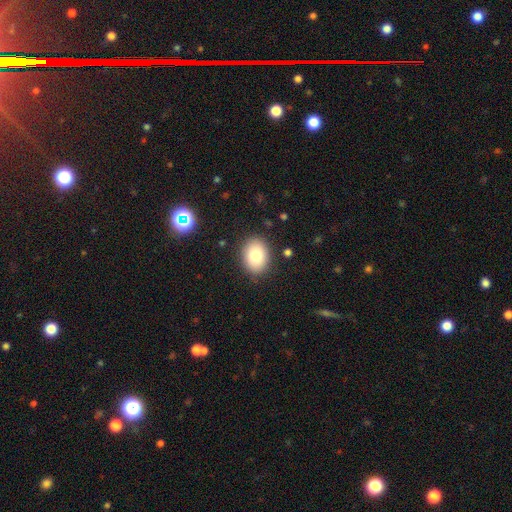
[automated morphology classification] smooth-or-featured: smooth: 81% | featured or disk: 10% | star or artifact: 9%
  how-rounded: in between: 63% | round: 36% | cigar-shaped: 1%
  merging: none: 87% | minor disturbance: 9% | major disturbance: 2% | merger: 1%